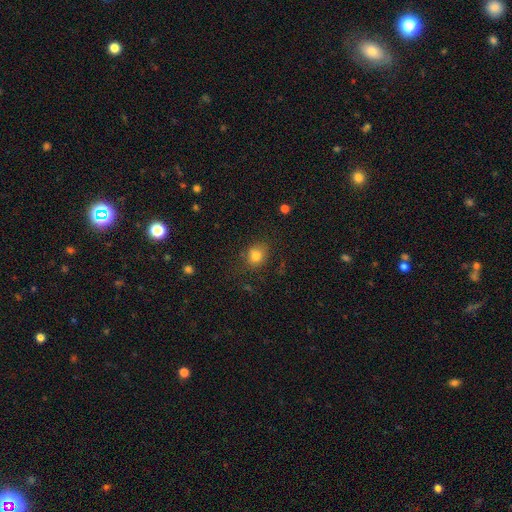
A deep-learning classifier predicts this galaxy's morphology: Q: Smooth or featured?
A: smooth (79%); runner-up: star or artifact (12%)
Q: How rounded?
A: round (58%); runner-up: in between (41%)
Q: Merging?
A: none (71%); runner-up: minor disturbance (19%)